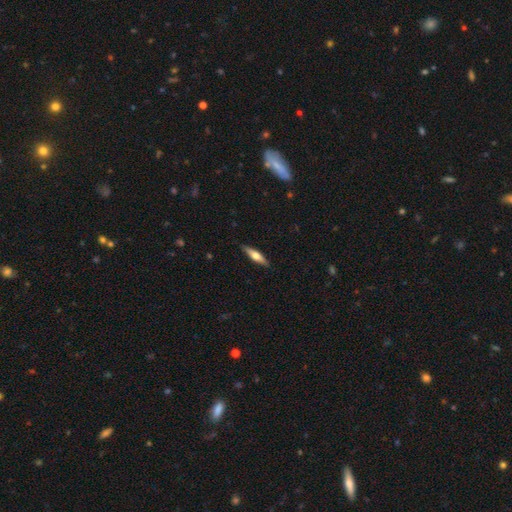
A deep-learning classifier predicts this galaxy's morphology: smooth-or-featured: featured or disk: 49% | smooth: 45% | star or artifact: 6%
  merging: none: 89% | minor disturbance: 8% | major disturbance: 2% | merger: 1%